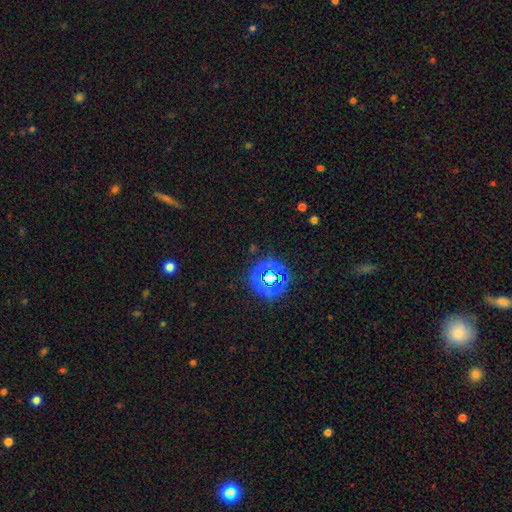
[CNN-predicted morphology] smooth-or-featured: star or artifact: 69% | smooth: 24% | featured or disk: 7%